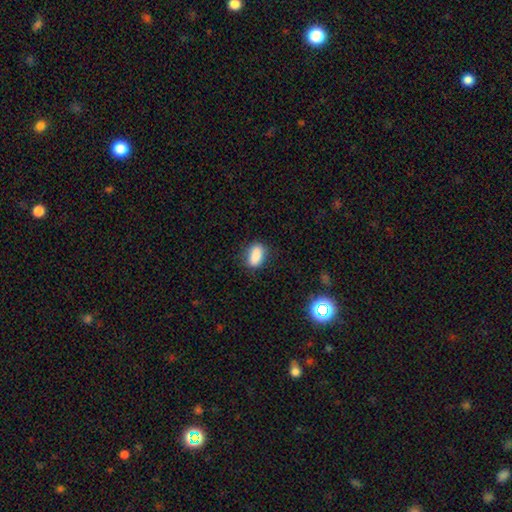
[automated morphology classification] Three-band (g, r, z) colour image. It shows a smooth galaxy with no disk features (87%) that is in between round and cigar-shaped (86%). Merging: none (79%).